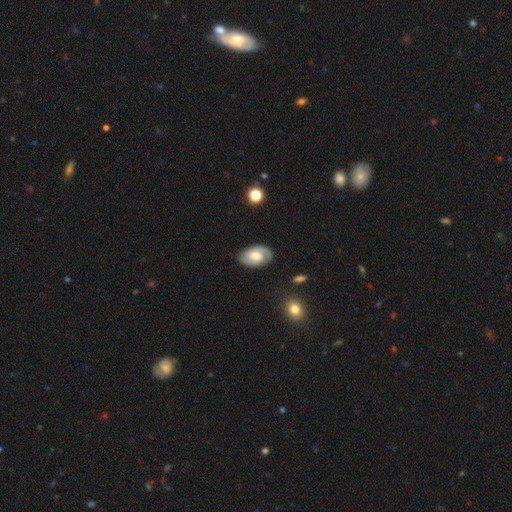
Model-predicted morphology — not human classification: Smooth or featured? Predicted: featured or disk (p=0.62). Edge-on disk? Predicted: no (p=0.95). Bar? Predicted: no (p=0.54). Spiral arms? Predicted: yes (p=0.84). Bulge size? Predicted: moderate (p=0.60). Merging? Predicted: none (p=0.77).